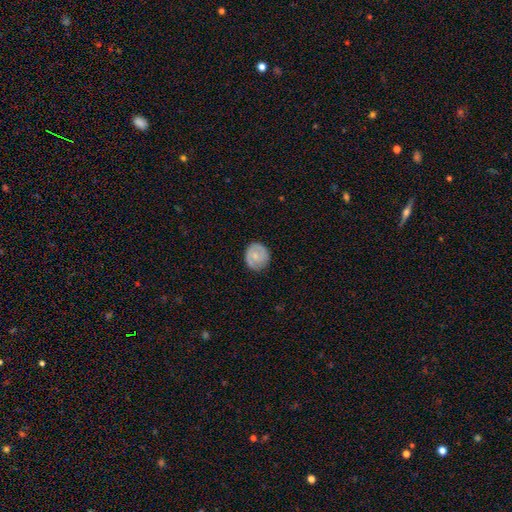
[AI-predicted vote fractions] This appears to be a smooth galaxy with no disk features (54%) that is round (83%). Merging: none (79%).